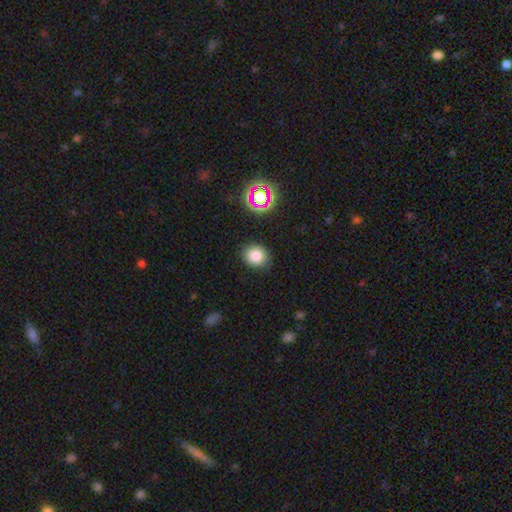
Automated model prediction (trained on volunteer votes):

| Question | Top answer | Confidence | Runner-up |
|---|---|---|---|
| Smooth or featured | smooth | 81% | star or artifact (13%) |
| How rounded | round | 71% | in between (28%) |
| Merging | none | 85% | minor disturbance (10%) |